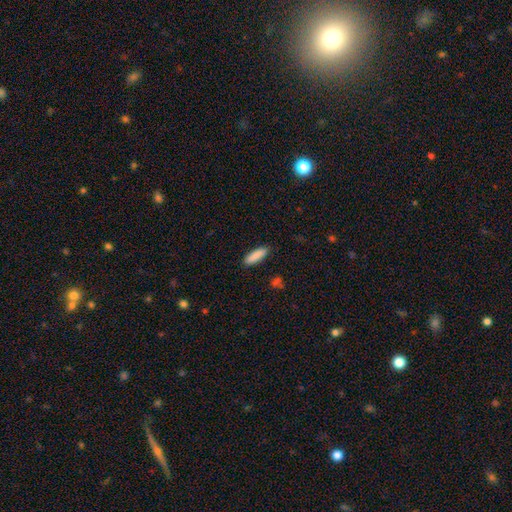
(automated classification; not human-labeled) Morphology: type=smooth (89%); roundness=cigar-shaped (52%); merging=none (89%).